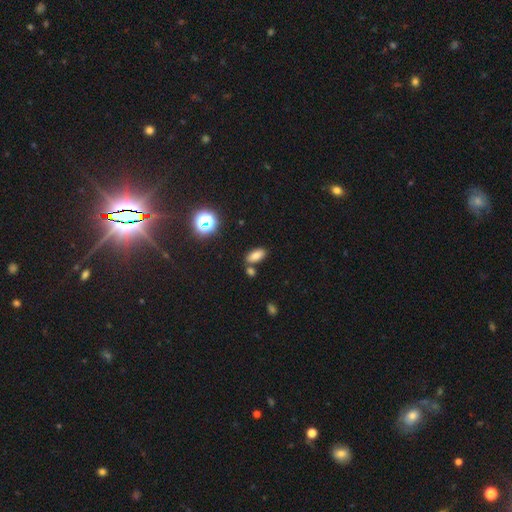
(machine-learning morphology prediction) Overall: smooth (76%). How rounded: in between (87%). Merging: none (74%).